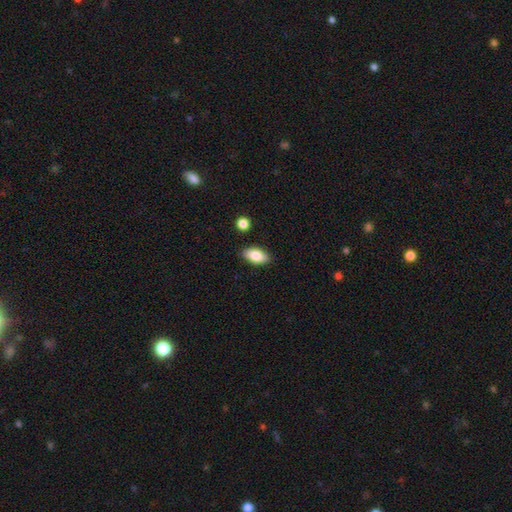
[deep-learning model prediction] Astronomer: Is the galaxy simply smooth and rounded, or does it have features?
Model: smooth — 84%.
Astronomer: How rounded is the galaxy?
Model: in between — 90%.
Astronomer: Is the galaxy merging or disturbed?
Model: none — 86%.